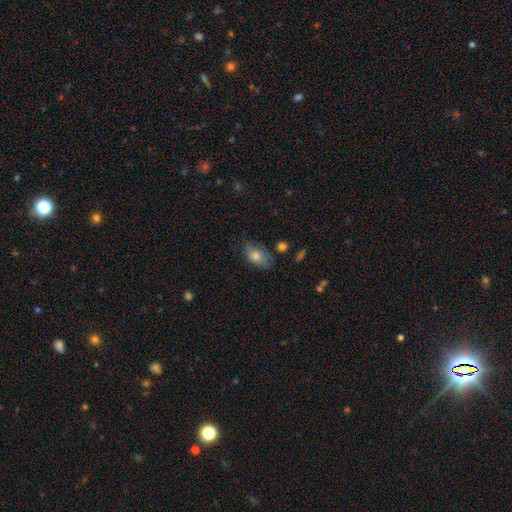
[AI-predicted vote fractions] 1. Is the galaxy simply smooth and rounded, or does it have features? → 69% smooth, 21% featured or disk, 10% star or artifact.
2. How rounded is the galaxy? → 87% in between, 10% round, 3% cigar-shaped.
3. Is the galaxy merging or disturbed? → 64% none, 26% minor disturbance, 7% major disturbance, 3% merger.